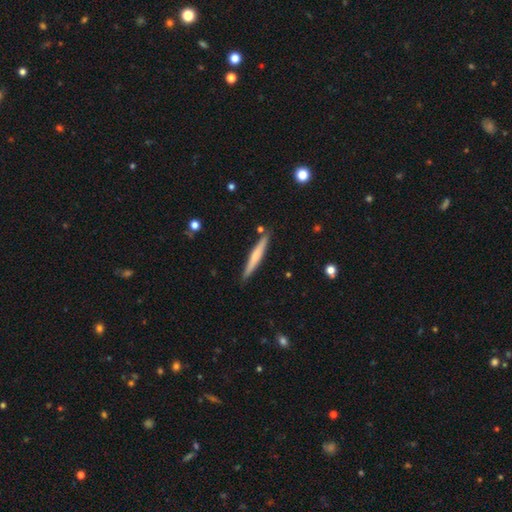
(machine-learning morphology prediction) smooth 55%, featured or disk 39%, star or artifact 6%. Down the decision tree: how rounded — cigar-shaped (96%); merging — none (88%).